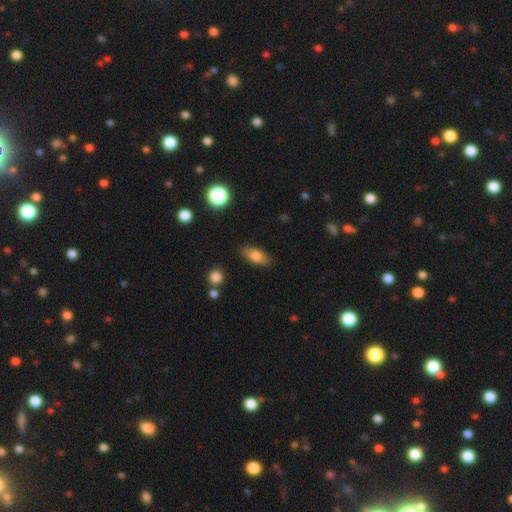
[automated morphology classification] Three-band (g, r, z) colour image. It shows a smooth galaxy with no disk features (77%) that is in between round and cigar-shaped (80%). Merging: none (85%).